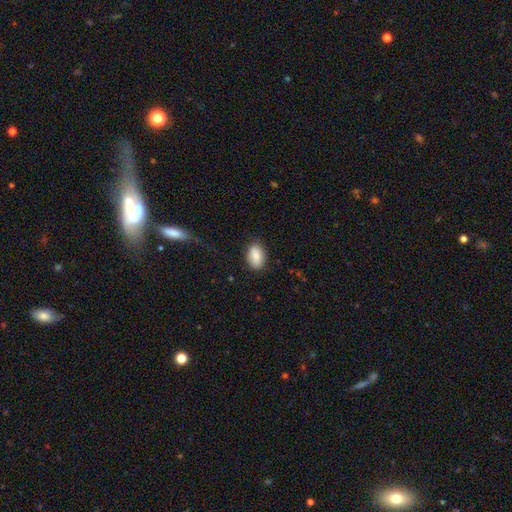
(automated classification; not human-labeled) Smooth or featured? Predicted: smooth (p=0.86). How rounded? Predicted: in between (p=0.90). Merging? Predicted: none (p=0.82).